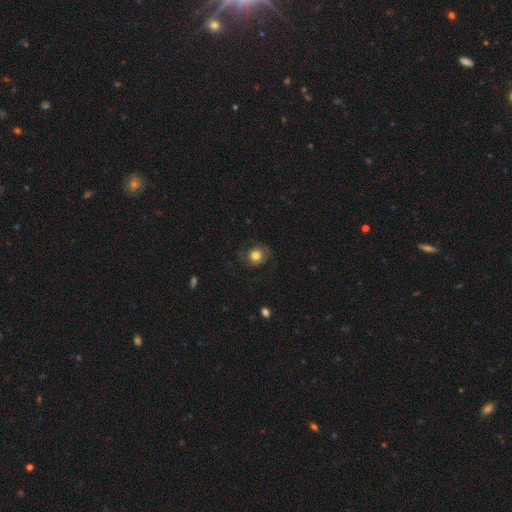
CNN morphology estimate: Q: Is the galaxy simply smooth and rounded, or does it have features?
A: smooth — 77%.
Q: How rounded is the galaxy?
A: round — 72%.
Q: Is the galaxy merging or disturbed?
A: none — 72%.